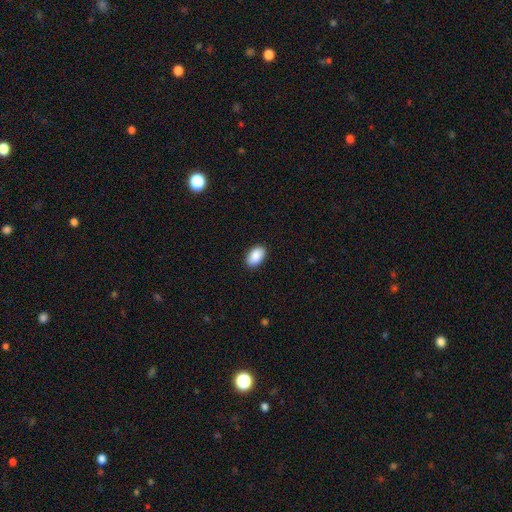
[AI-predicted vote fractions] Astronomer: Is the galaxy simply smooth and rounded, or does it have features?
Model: smooth — 90%.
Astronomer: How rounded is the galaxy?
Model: in between — 93%.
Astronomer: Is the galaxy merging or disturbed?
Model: none — 90%.